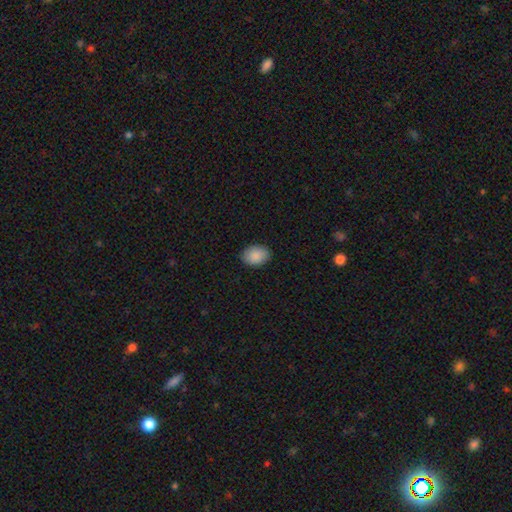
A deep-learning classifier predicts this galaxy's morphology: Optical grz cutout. It shows a smooth galaxy with no disk features (90%) that is in between round and cigar-shaped (70%). Merging: none (88%).